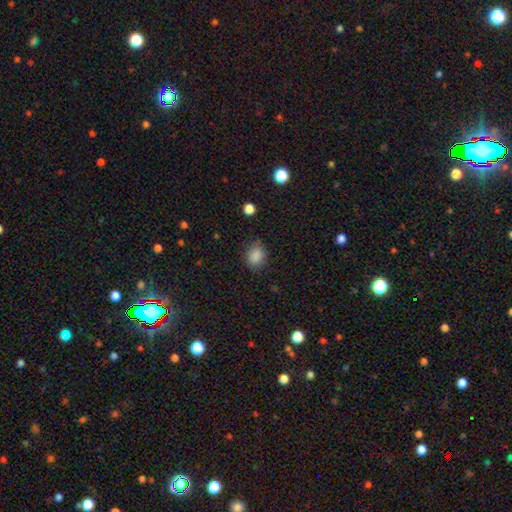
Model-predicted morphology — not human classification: The model was most divided on "how rounded": in between: 51%, round: 48%, cigar-shaped: 1%. More confident: smooth or featured — smooth (86%); merging — none (74%).